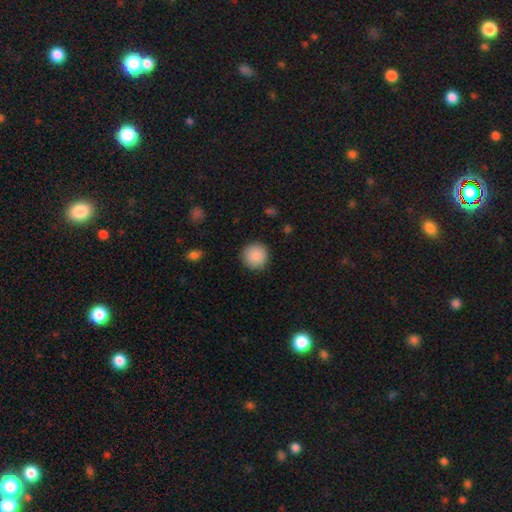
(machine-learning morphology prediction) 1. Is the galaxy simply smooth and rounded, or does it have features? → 89% smooth, 8% star or artifact, 3% featured or disk.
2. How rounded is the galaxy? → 95% round, 4% in between, 1% cigar-shaped.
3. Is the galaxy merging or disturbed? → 91% none, 6% minor disturbance, 2% major disturbance, 1% merger.